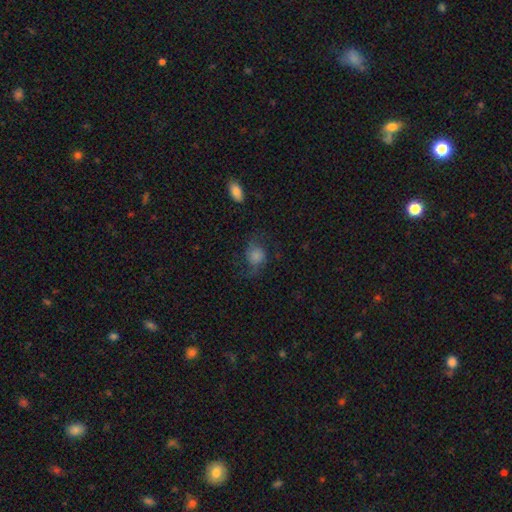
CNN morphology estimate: type=smooth (50%); merging=none (59%).